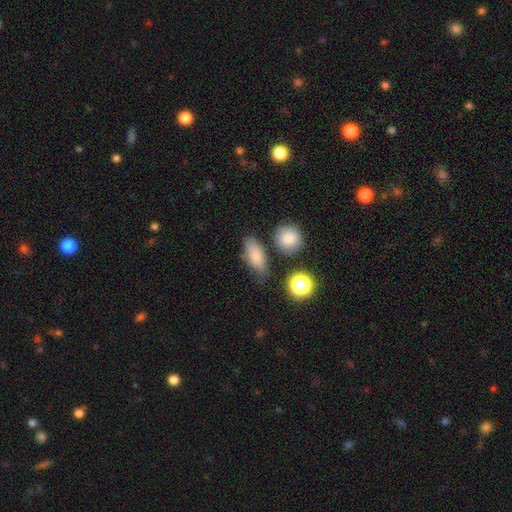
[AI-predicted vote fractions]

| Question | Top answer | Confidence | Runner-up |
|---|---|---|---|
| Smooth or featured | smooth | 79% | featured or disk (11%) |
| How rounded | in between | 76% | round (13%) |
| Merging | none | 64% | minor disturbance (21%) |